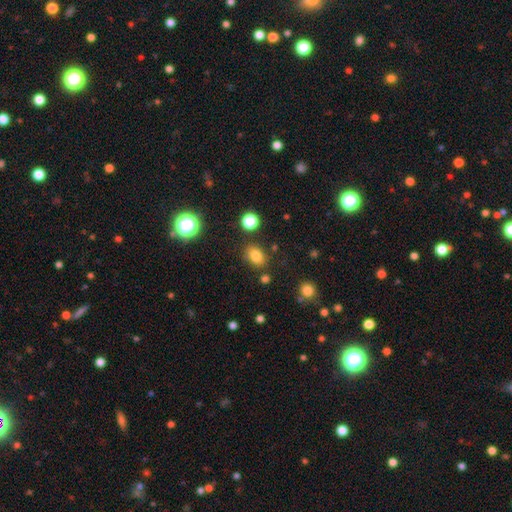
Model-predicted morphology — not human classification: type=smooth (81%); roundness=in between (70%); merging=none (82%).